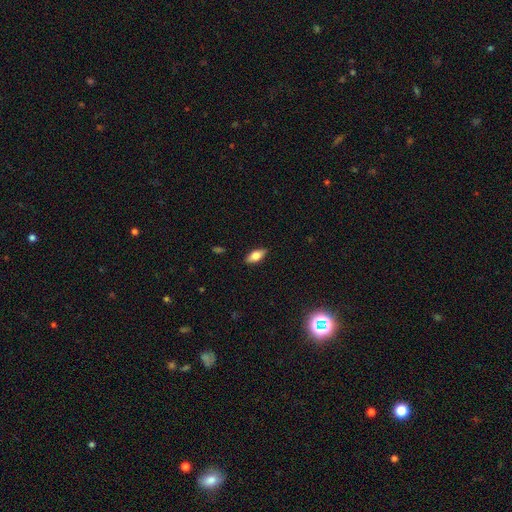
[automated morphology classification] smooth-or-featured: smooth: 72% | featured or disk: 20% | star or artifact: 7%
  how-rounded: in between: 85% | cigar-shaped: 11% | round: 3%
  merging: none: 88% | minor disturbance: 9% | major disturbance: 2% | merger: 1%